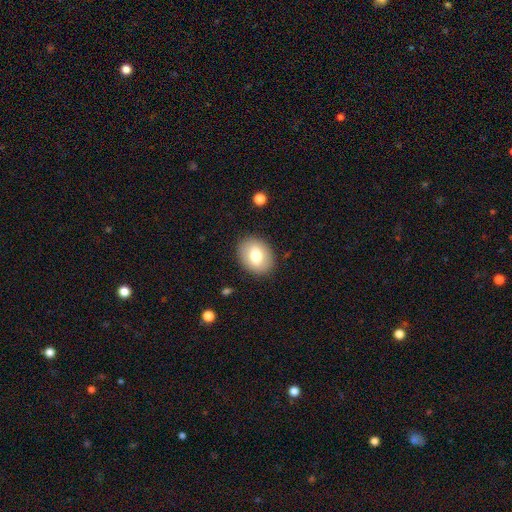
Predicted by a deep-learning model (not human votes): This is likely a smooth galaxy (74%). How rounded: likely in between (61%). Merging: clearly none (88%).